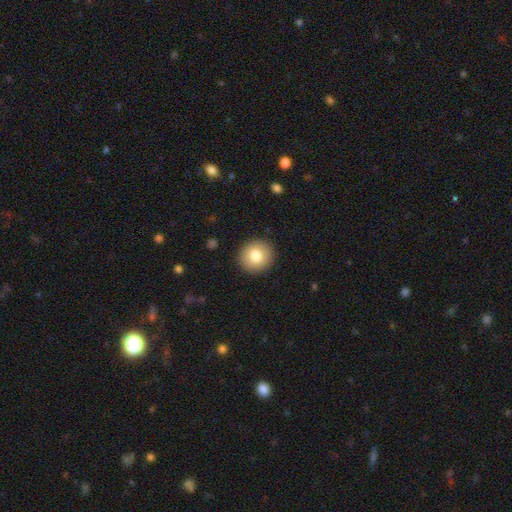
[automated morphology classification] Q: Smooth or featured?
A: smooth (79%); runner-up: featured or disk (12%)
Q: How rounded?
A: round (90%); runner-up: in between (9%)
Q: Merging?
A: none (91%); runner-up: minor disturbance (6%)